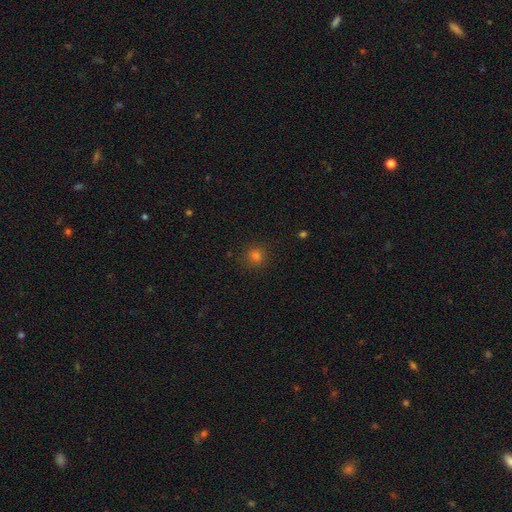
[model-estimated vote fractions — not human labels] Q: Smooth or featured?
A: smooth (77%); runner-up: star or artifact (19%)
Q: How rounded?
A: round (88%); runner-up: in between (11%)
Q: Merging?
A: none (88%); runner-up: minor disturbance (8%)